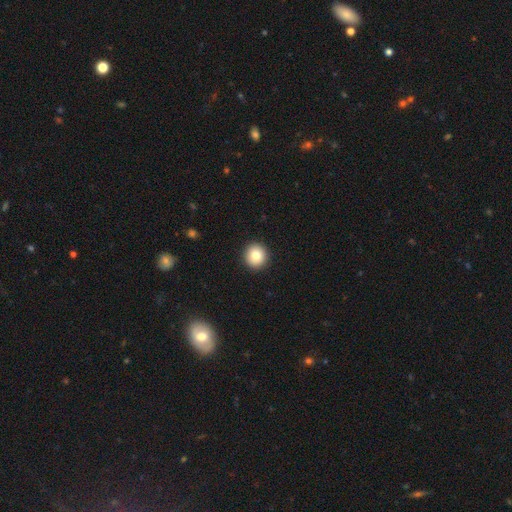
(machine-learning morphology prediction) Smooth or featured? smooth (82%)
How rounded? round (94%)
Merging? none (93%)